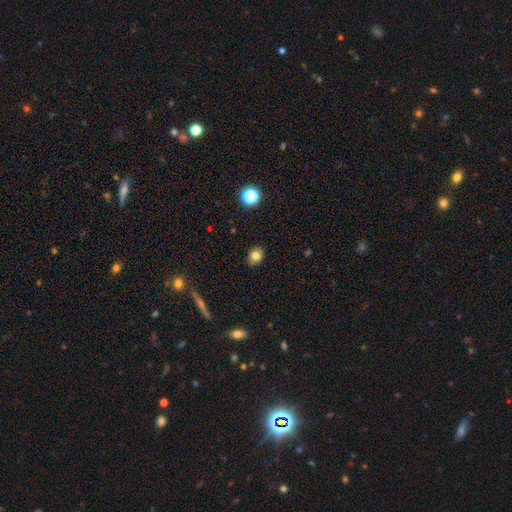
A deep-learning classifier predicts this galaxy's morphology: Overall: smooth (79%). How rounded: round (52%; in between 47%). Merging: none (84%).